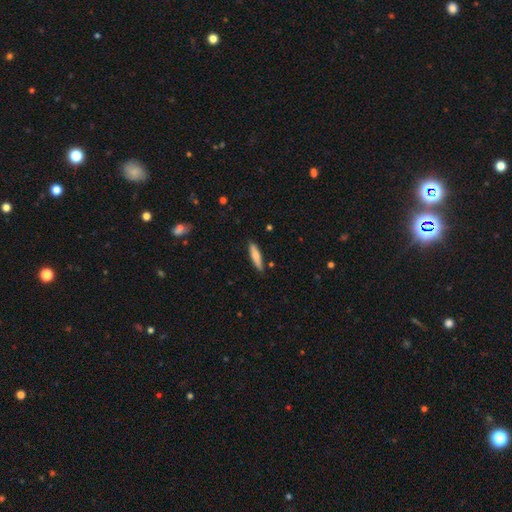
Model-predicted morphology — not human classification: Overall: smooth (76%). How rounded: cigar-shaped (80%). Merging: none (85%).